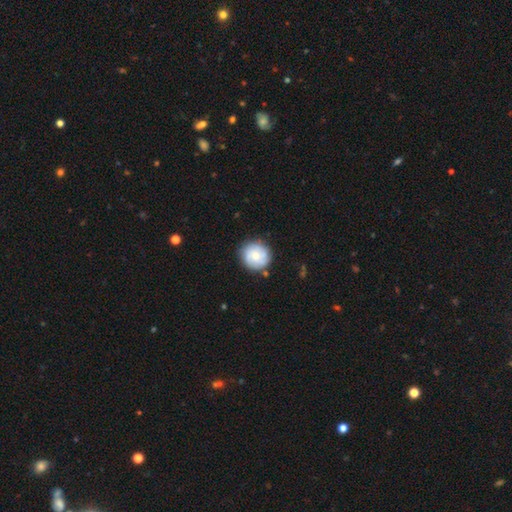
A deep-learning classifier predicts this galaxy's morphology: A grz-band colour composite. It shows a smooth galaxy with no disk features (53%) that is round (92%). Merging: none (82%).